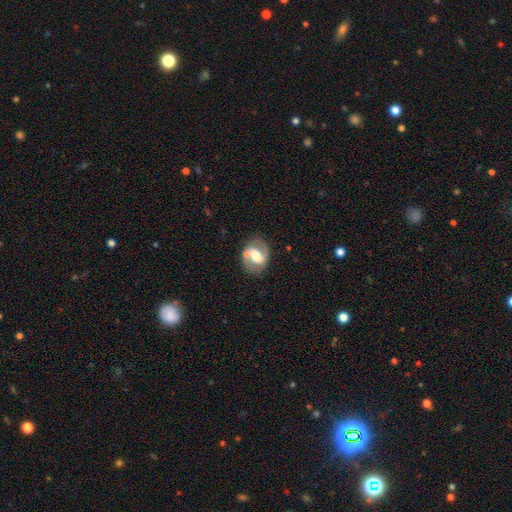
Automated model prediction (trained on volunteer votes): The model was most divided on "bar": weak: 39%, strong: 37%, no: 24%. Remaining: edge-on disk — no (96%); spiral arm count — 2 (85%); spiral arms — yes (77%); smooth or featured — featured or disk (70%); merging — none (70%); bulge size — moderate (61%); spiral winding — medium (49%).